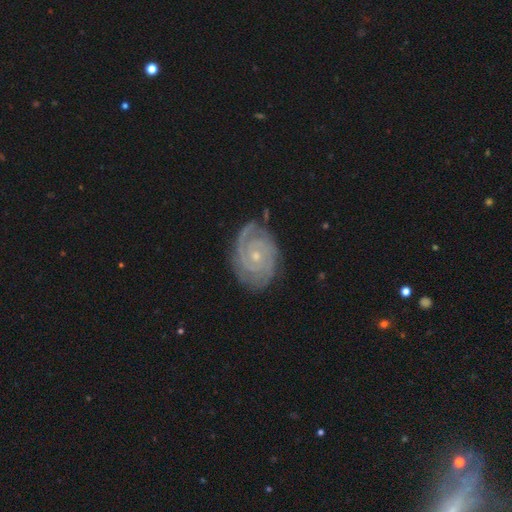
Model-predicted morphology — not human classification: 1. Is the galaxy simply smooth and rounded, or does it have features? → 90% featured or disk, 6% star or artifact, 4% smooth.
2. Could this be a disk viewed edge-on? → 97% no, 3% yes.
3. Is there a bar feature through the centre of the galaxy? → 72% no, 22% weak, 6% strong.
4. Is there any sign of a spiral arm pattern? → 98% yes, 2% no.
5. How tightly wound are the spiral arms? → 81% tight, 17% medium, 2% loose.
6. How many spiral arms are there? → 48% 2, 22% 3, 12% can't tell, 8% 4, 5% more than 4, 5% 1.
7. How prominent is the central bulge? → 72% small, 25% moderate, 1% none, 1% large, 1% dominant.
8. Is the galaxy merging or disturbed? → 79% none, 15% minor disturbance, 4% major disturbance, 1% merger.